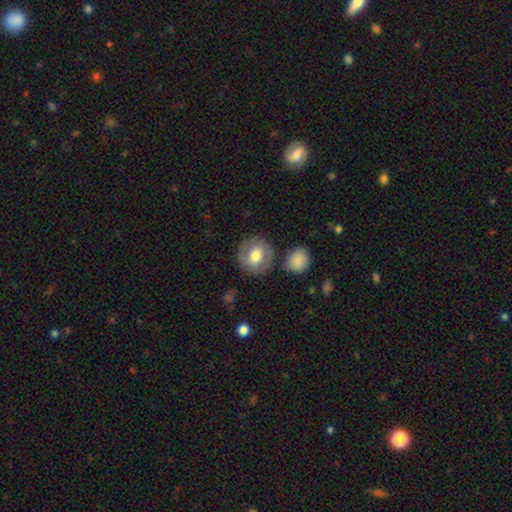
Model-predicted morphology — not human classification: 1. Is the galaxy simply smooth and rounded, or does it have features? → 68% smooth, 26% featured or disk, 6% star or artifact.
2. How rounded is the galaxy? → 87% round, 12% in between, 1% cigar-shaped.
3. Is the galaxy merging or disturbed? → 80% none, 11% minor disturbance, 6% merger, 4% major disturbance.